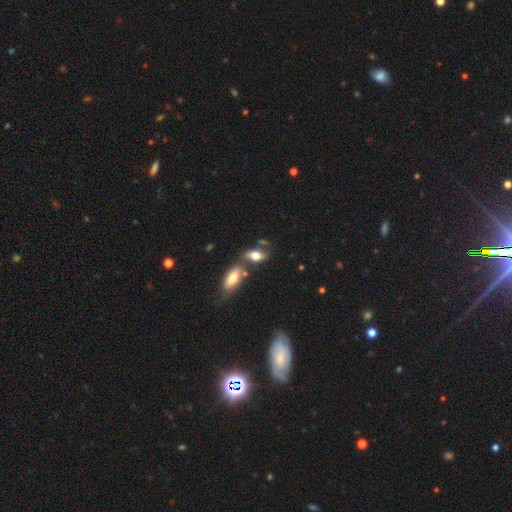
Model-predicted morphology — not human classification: smooth 61%, featured or disk 30%, star or artifact 9%. Down the decision tree: how rounded — in between (82%); merging — none (48%).